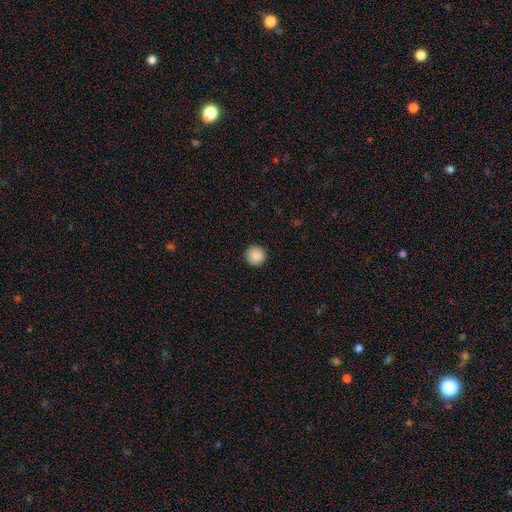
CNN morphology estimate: The model was most divided on "smooth or featured": smooth: 89%, star or artifact: 8%, featured or disk: 3%. More confident: how rounded — round (96%); merging — none (93%).